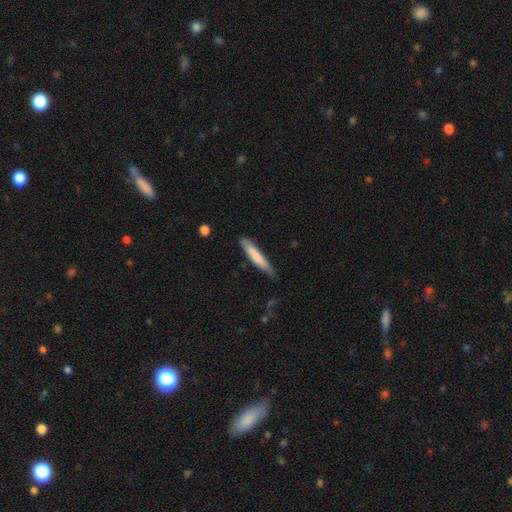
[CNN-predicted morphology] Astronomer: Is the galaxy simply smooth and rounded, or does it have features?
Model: smooth — 78%.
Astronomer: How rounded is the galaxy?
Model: cigar-shaped — 90%.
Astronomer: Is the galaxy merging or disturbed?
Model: none — 72%.